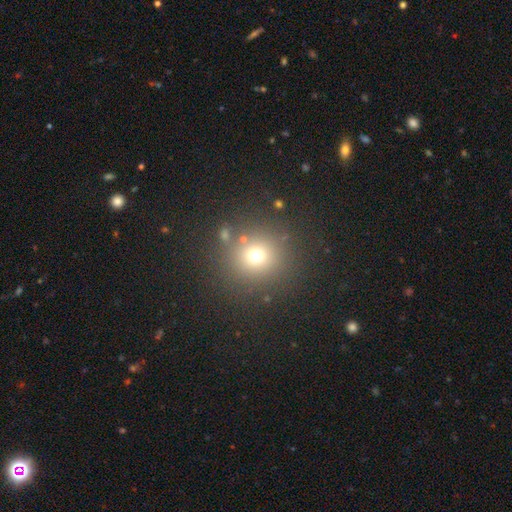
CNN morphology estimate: smooth_or_featured: smooth (p=0.69) [alt: star or artifact p=0.21]
how_rounded: round (p=0.92) [alt: in between p=0.07]
merging: none (p=0.83) [alt: minor disturbance p=0.08]